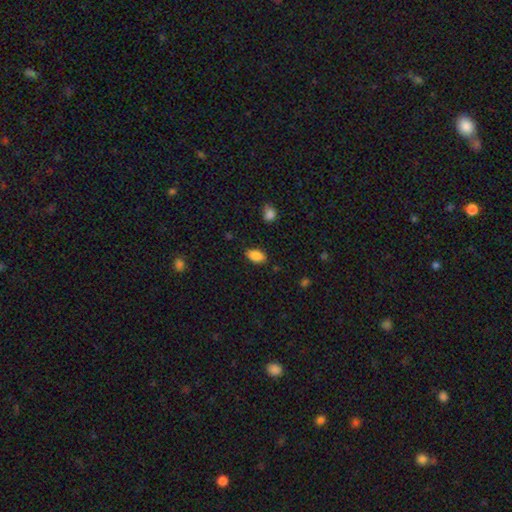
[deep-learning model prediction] Smooth or featured? Predicted: smooth (p=0.87). How rounded? Predicted: in between (p=0.92). Merging? Predicted: none (p=0.85).